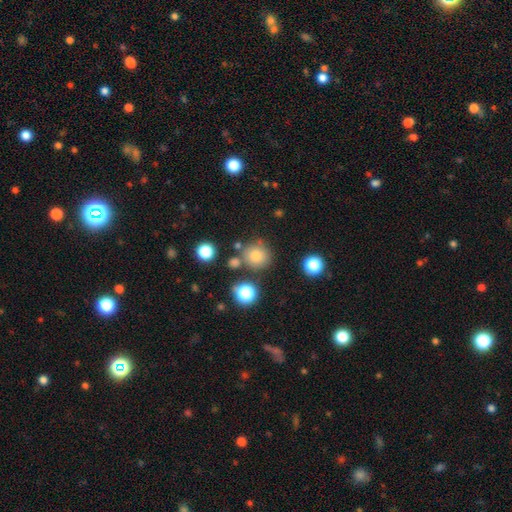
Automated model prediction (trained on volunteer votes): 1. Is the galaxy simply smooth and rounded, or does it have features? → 75% smooth, 16% star or artifact, 9% featured or disk.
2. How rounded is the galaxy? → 91% round, 8% in between, 1% cigar-shaped.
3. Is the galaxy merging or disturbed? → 75% none, 11% minor disturbance, 10% merger, 4% major disturbance.